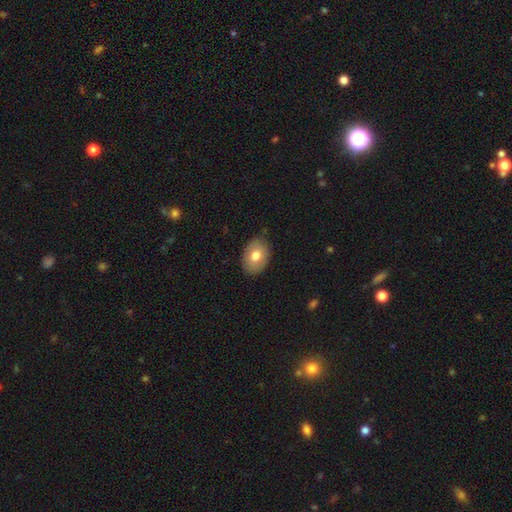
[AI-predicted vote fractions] smooth-or-featured: smooth: 74% | featured or disk: 19% | star or artifact: 7%
  how-rounded: in between: 76% | round: 23% | cigar-shaped: 1%
  merging: none: 83% | minor disturbance: 13% | major disturbance: 3% | merger: 1%